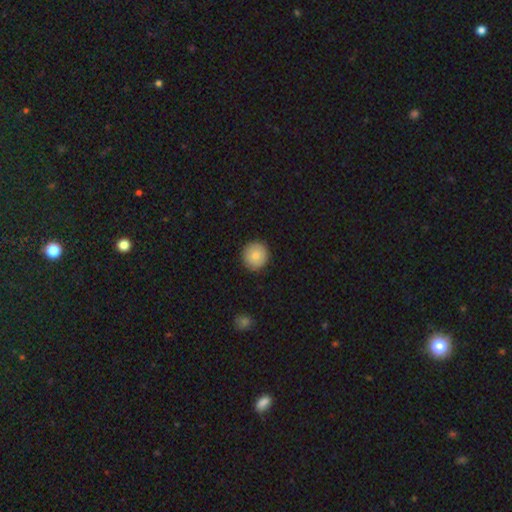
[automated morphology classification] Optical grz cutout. It shows a smooth galaxy with no disk features (83%) that is round (95%). Merging: none (91%).